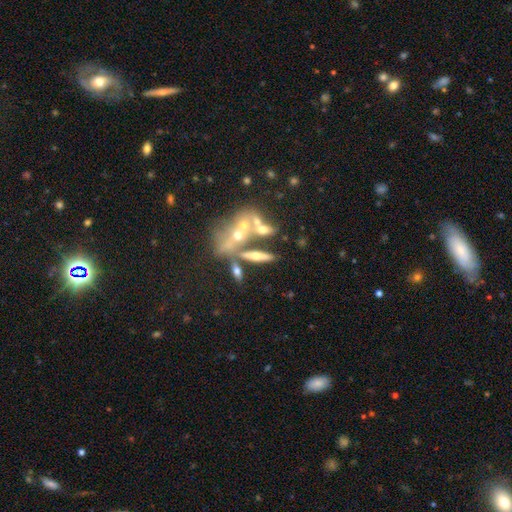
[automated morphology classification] Smooth or featured?
  - featured or disk: 56% *
  - smooth: 30%
  - star or artifact: 15%
Edge-on disk?
  - yes: 56% *
  - no: 44%
Merging?
  - merger: 42% *
  - none: 40%
  - minor disturbance: 11%
  - major disturbance: 7%